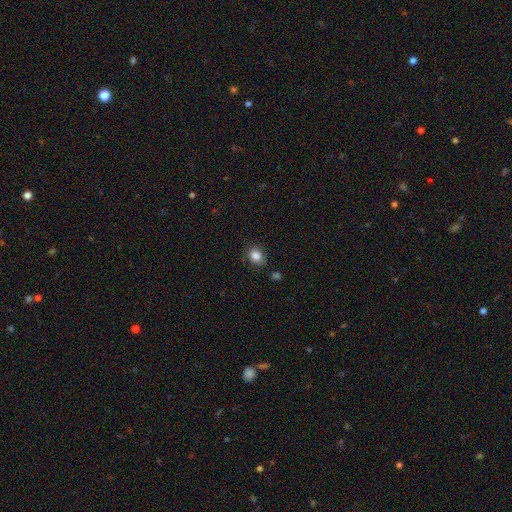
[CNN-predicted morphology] Smooth or featured? Predicted: smooth (p=0.85). How rounded? Predicted: round (p=0.58). Merging? Predicted: none (p=0.79).